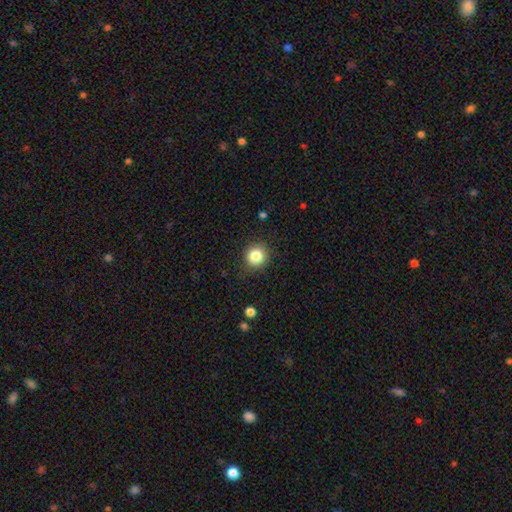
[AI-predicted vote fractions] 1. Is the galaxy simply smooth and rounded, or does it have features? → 83% smooth, 11% star or artifact, 6% featured or disk.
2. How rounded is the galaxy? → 91% round, 8% in between, 1% cigar-shaped.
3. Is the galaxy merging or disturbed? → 87% none, 9% minor disturbance, 3% major disturbance, 1% merger.